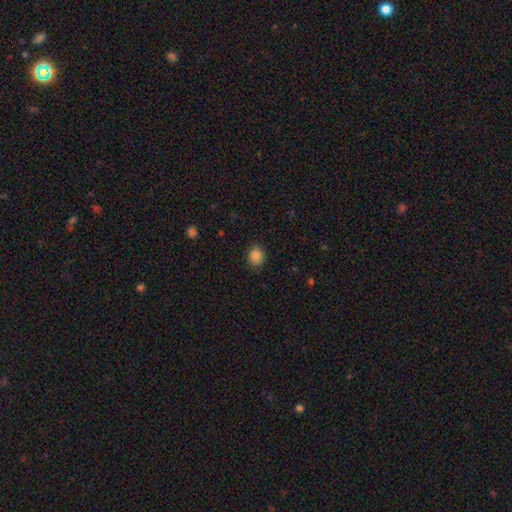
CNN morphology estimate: Q: Smooth or featured?
A: smooth (86%); runner-up: star or artifact (10%)
Q: How rounded?
A: round (69%); runner-up: in between (31%)
Q: Merging?
A: none (86%); runner-up: minor disturbance (10%)